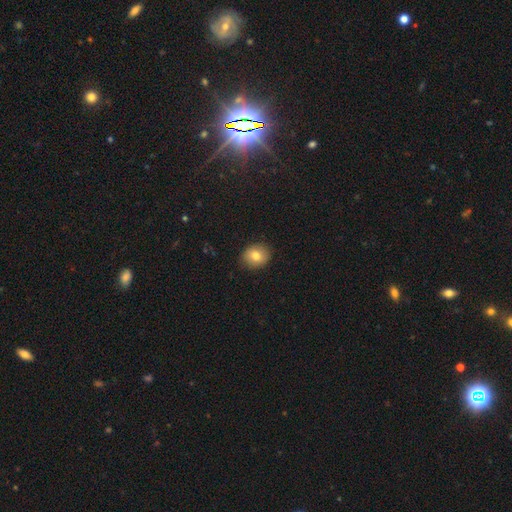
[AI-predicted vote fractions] smooth 80%, featured or disk 11%, star or artifact 9%. Down the decision tree: how rounded — round (64%); merging — none (89%).